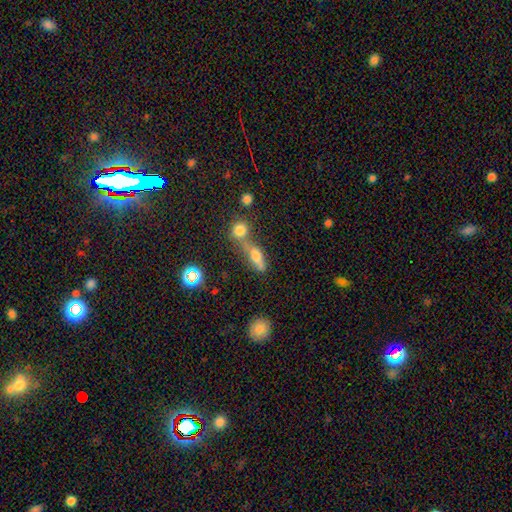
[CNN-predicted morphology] Smooth or featured: smooth — 54% (featured or disk — 29%)
How rounded: cigar-shaped — 44% (in between — 42%)
Merging: merger — 45% (none — 38%)